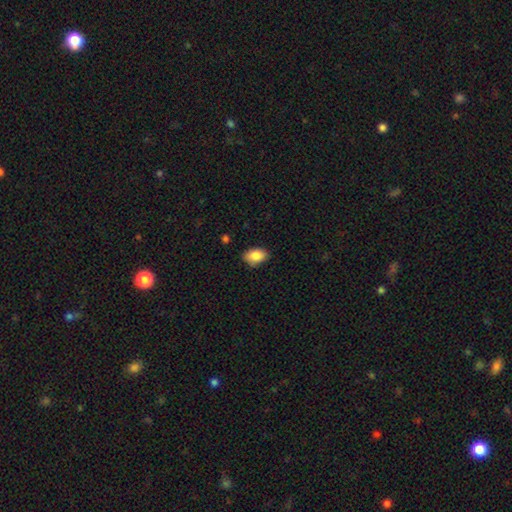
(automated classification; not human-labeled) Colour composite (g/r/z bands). It shows a smooth galaxy with no disk features (86%) that is in between round and cigar-shaped (89%). Merging: none (81%).